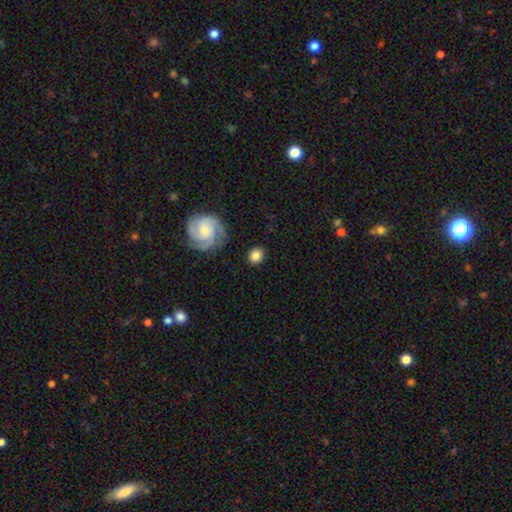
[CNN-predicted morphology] This appears to be a smooth galaxy with no disk features (74%) that is round (70%). Merging: none (85%).